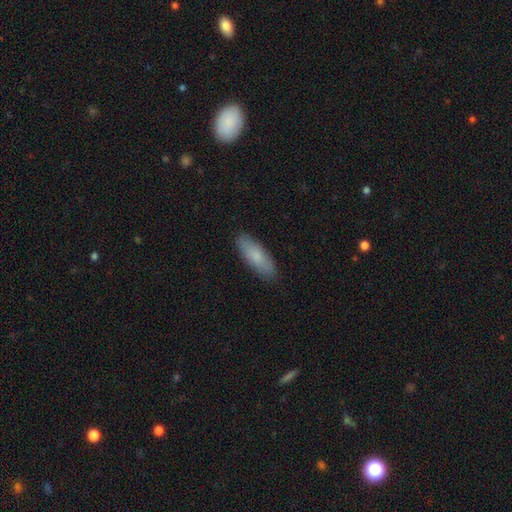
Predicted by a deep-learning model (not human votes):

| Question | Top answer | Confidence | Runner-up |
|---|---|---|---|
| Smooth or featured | smooth | 81% | featured or disk (13%) |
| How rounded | in between | 57% | cigar-shaped (41%) |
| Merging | none | 88% | minor disturbance (10%) |